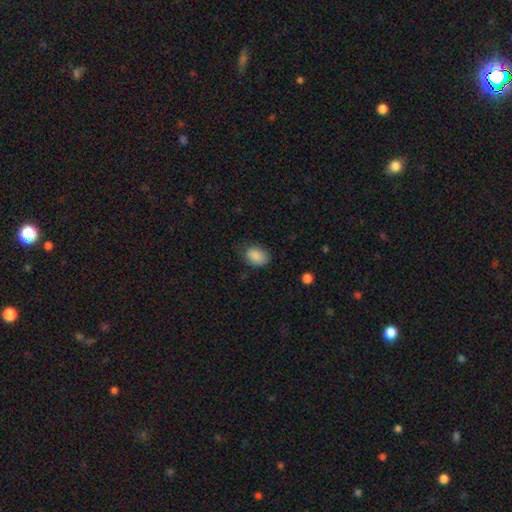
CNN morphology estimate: smooth-or-featured: smooth: 87% | star or artifact: 8% | featured or disk: 5%
  how-rounded: in between: 74% | round: 25% | cigar-shaped: 1%
  merging: none: 70% | minor disturbance: 23% | major disturbance: 6% | merger: 1%